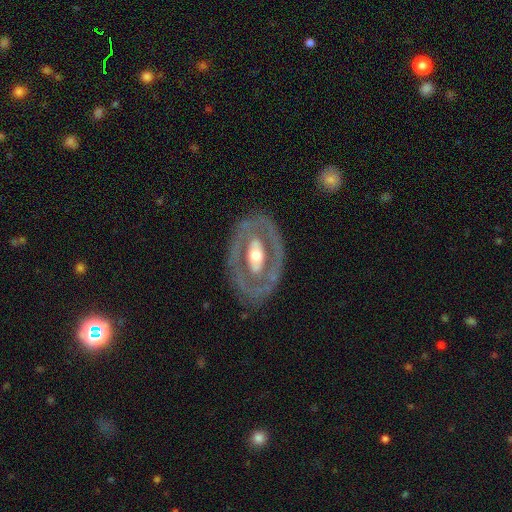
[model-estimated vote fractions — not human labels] Smooth or featured?
  - featured or disk: 73% *
  - smooth: 22%
  - star or artifact: 5%
Edge-on disk?
  - no: 92% *
  - yes: 8%
Bar?
  - no: 52% *
  - strong: 24%
  - weak: 24%
Spiral arms?
  - no: 71% *
  - yes: 29%
Bulge size?
  - moderate: 65% *
  - large: 17%
  - small: 15%
  - dominant: 2%
  - none: 1%
Merging?
  - none: 77% *
  - minor disturbance: 14%
  - major disturbance: 8%
  - merger: 1%